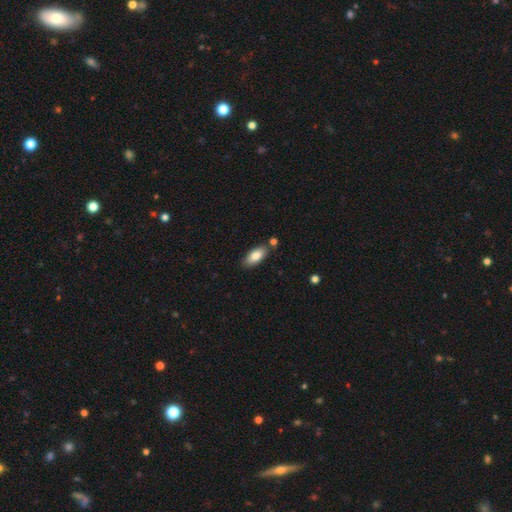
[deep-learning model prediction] A smooth galaxy with no disk features (82%) that is in between round and cigar-shaped (89%). Merging: none (76%).